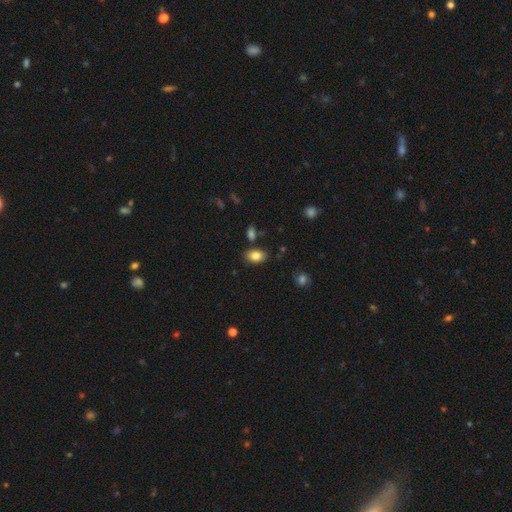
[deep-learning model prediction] Q: Smooth or featured?
A: smooth (84%); runner-up: star or artifact (8%)
Q: How rounded?
A: in between (85%); runner-up: round (14%)
Q: Merging?
A: none (82%); runner-up: minor disturbance (11%)